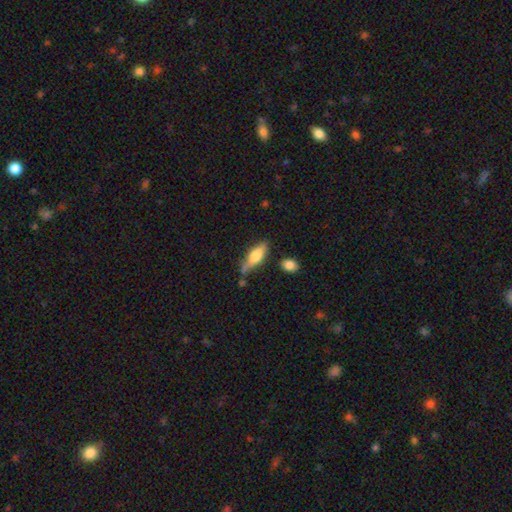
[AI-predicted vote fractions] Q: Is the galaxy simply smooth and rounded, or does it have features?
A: smooth — 55%.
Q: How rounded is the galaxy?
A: in between — 49%.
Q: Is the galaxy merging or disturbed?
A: none — 65%.